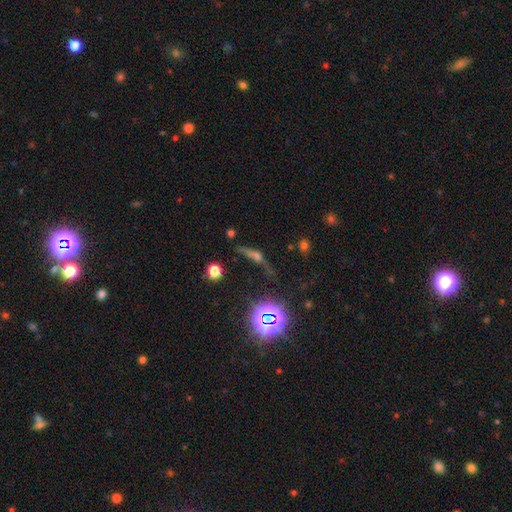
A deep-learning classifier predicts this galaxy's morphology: The model was most divided on "smooth or featured": star or artifact: 37%, featured or disk: 34%, smooth: 28%.